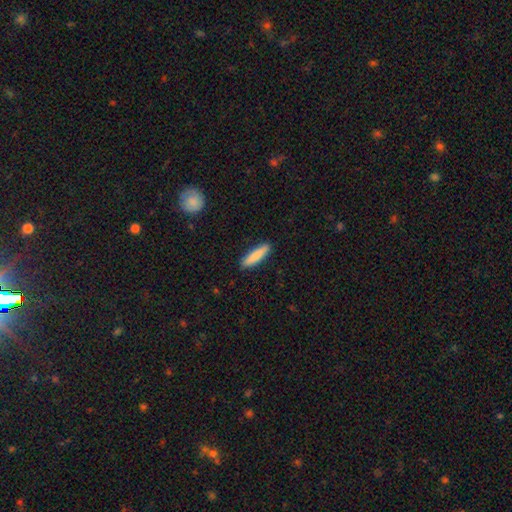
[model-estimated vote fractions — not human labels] Smooth or featured: smooth — 84% (featured or disk — 11%)
How rounded: cigar-shaped — 81% (in between — 18%)
Merging: none — 90% (minor disturbance — 7%)